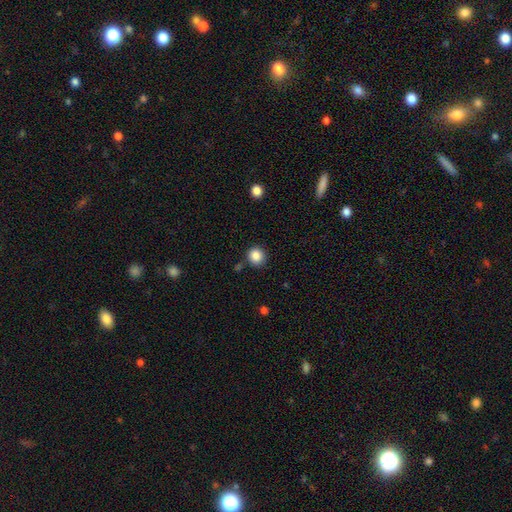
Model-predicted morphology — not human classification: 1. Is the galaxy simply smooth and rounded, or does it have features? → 87% smooth, 10% star or artifact, 4% featured or disk.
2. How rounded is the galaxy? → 91% round, 8% in between, 1% cigar-shaped.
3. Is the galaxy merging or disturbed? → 86% none, 8% minor disturbance, 3% merger, 3% major disturbance.